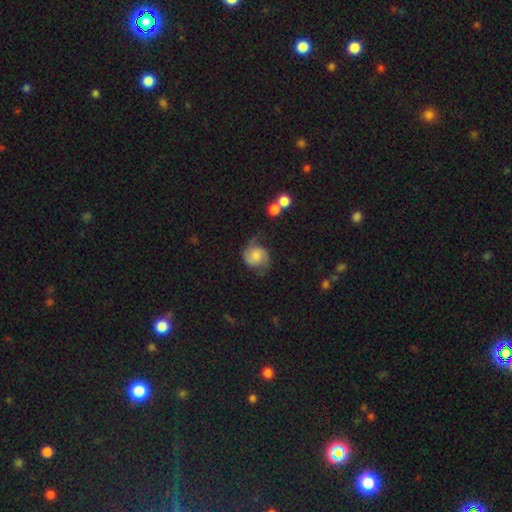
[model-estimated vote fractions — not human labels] Smooth or featured? Predicted: featured or disk (p=0.65). Edge-on disk? Predicted: no (p=0.98). Bar? Predicted: no (p=0.66). Spiral arms? Predicted: yes (p=0.94). Spiral winding? Predicted: medium (p=0.46). Spiral arm count? Predicted: 2 (p=0.87). Bulge size? Predicted: moderate (p=0.33). Merging? Predicted: none (p=0.60).